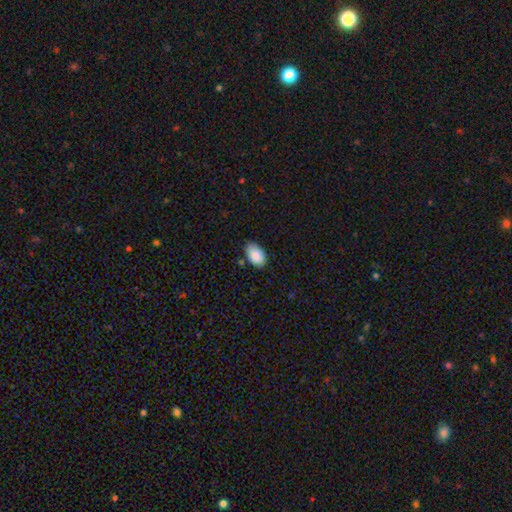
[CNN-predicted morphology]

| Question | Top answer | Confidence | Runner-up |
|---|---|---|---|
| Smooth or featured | smooth | 87% | star or artifact (7%) |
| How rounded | in between | 92% | round (7%) |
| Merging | none | 74% | minor disturbance (20%) |